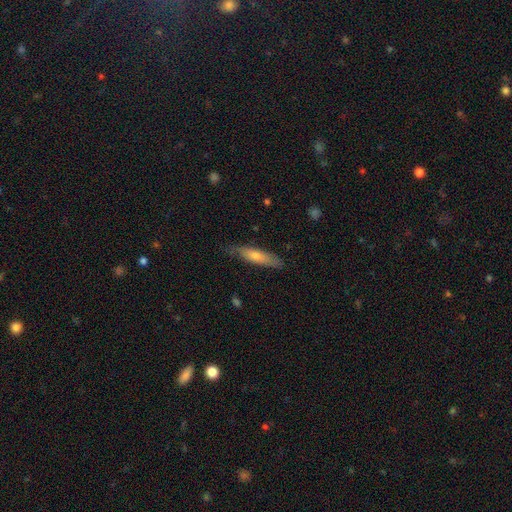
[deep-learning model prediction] A smooth galaxy with no disk features (61%) that is cigar-shaped (81%). Merging: none (77%).